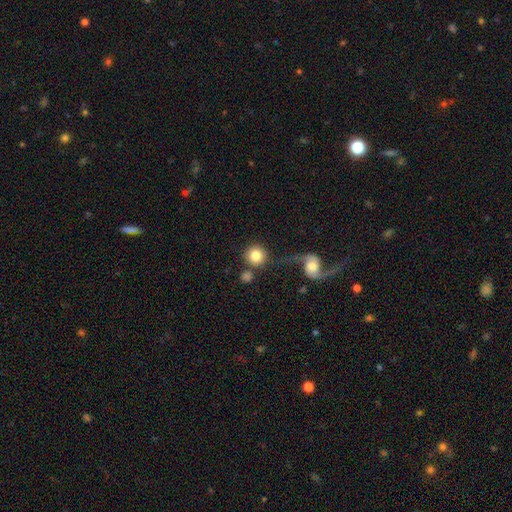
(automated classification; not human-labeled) Smooth or featured? smooth (82%)
How rounded? round (94%)
Merging? none (67%)